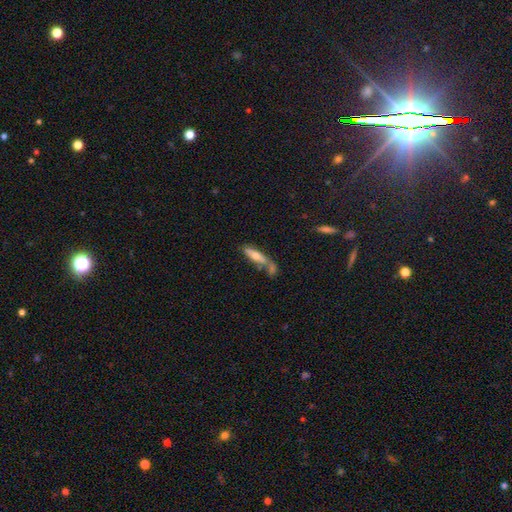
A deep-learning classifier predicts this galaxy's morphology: smooth_or_featured: smooth (p=0.57) [alt: featured or disk p=0.36]
how_rounded: cigar-shaped (p=0.64) [alt: in between p=0.33]
merging: none (p=0.38) [alt: merger p=0.33]